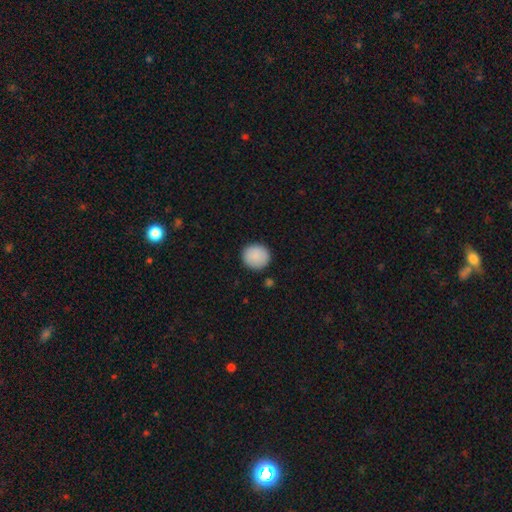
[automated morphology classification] Q: Smooth or featured?
A: smooth (89%); runner-up: star or artifact (7%)
Q: How rounded?
A: round (90%); runner-up: in between (9%)
Q: Merging?
A: none (89%); runner-up: minor disturbance (7%)